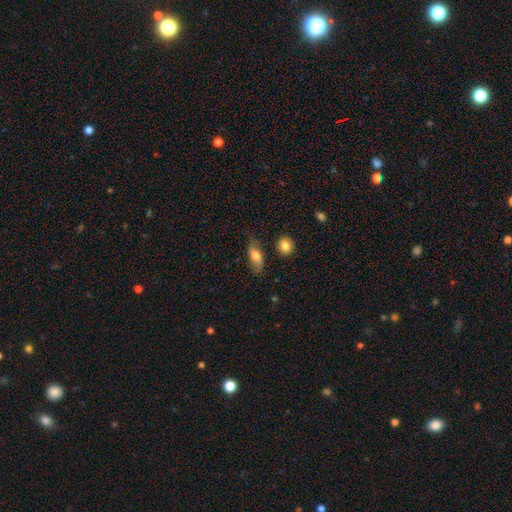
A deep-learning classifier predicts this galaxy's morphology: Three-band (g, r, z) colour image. It shows a smooth galaxy with no disk features (63%) that is in between round and cigar-shaped (77%). Merging: none (68%).